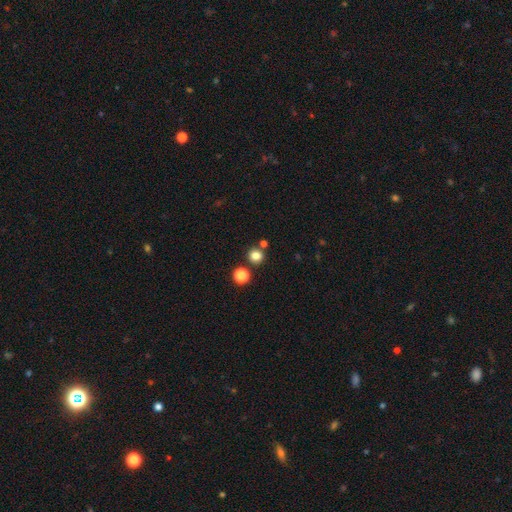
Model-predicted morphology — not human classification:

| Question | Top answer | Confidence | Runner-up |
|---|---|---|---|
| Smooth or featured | smooth | 81% | star or artifact (14%) |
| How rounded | round | 88% | in between (11%) |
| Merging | none | 79% | merger (11%) |